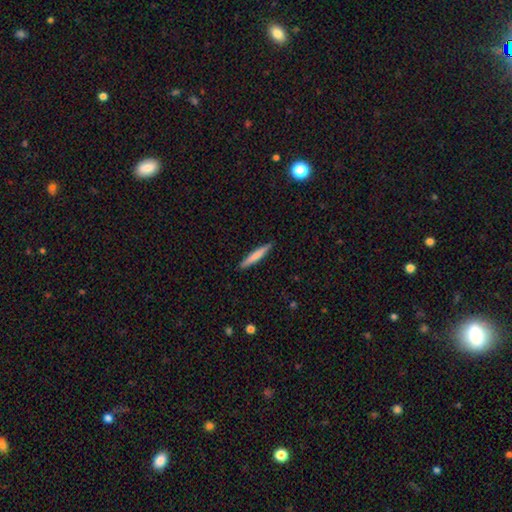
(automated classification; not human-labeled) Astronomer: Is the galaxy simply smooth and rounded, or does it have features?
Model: smooth — 72%.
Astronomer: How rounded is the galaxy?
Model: cigar-shaped — 93%.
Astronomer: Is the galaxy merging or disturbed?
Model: none — 90%.